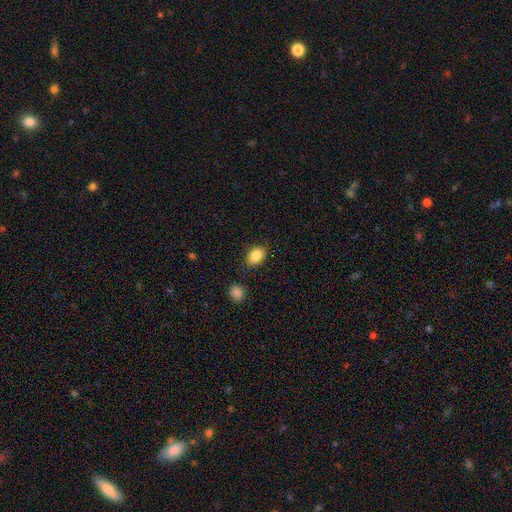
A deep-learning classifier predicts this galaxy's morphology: Overall: smooth (85%). How rounded: in between (81%). Merging: none (84%).